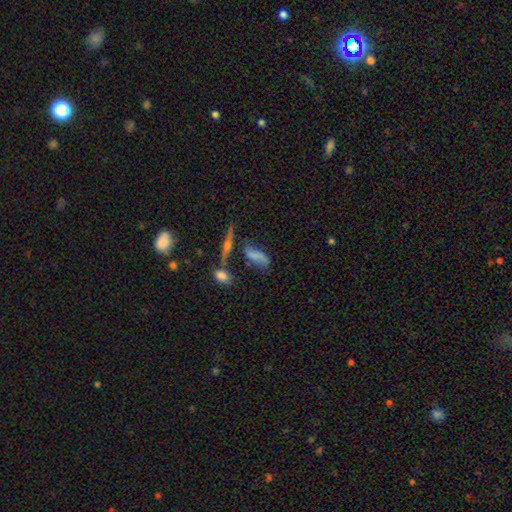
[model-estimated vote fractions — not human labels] smooth-or-featured: smooth: 61% | featured or disk: 26% | star or artifact: 13%
  how-rounded: in between: 65% | cigar-shaped: 31% | round: 4%
  merging: none: 39% | minor disturbance: 23% | merger: 22% | major disturbance: 17%